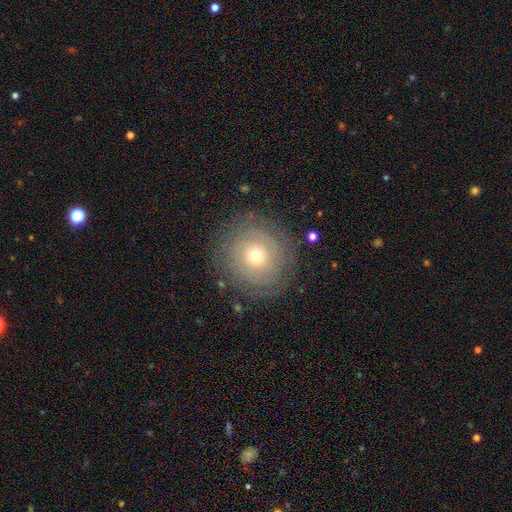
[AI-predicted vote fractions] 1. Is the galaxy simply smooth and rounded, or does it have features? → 44% smooth (tied), 44% featured or disk (tied), 12% star or artifact.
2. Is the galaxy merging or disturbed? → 83% none, 11% minor disturbance, 5% major disturbance, 1% merger.